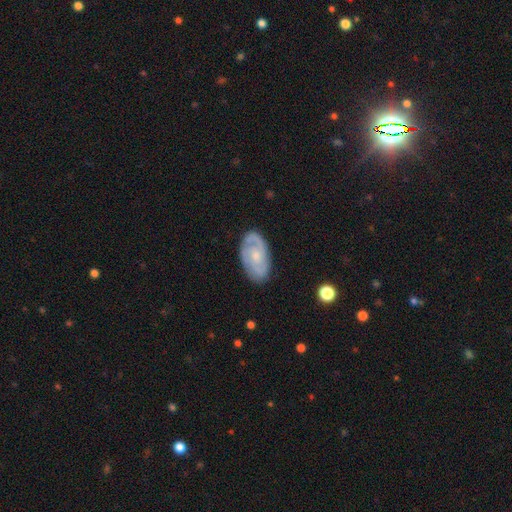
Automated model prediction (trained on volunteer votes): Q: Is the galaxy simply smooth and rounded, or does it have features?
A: featured or disk — 74%.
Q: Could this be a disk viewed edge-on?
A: no — 95%.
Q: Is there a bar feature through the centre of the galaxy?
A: no — 67%.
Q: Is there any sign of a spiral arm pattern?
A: yes — 91%.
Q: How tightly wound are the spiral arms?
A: tight — 50%.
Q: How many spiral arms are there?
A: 2 — 57%.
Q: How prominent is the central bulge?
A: small — 59%.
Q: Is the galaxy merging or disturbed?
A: none — 79%.